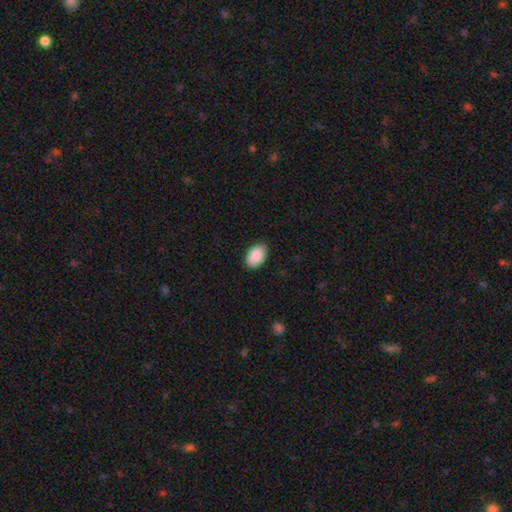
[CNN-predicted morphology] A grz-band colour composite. It shows a smooth galaxy with no disk features (91%) that is in between round and cigar-shaped (93%). Merging: none (86%).